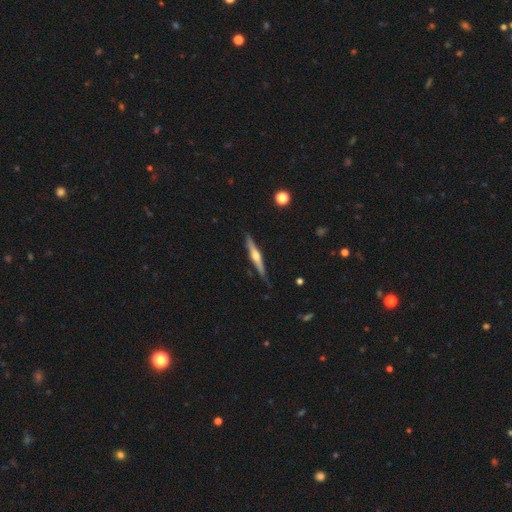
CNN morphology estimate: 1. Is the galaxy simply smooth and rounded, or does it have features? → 70% featured or disk, 25% smooth, 5% star or artifact.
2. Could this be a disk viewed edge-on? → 97% yes, 3% no.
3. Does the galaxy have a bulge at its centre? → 90% rounded, 5% none, 4% boxy.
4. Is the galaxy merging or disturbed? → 84% none, 12% minor disturbance, 2% major disturbance, 1% merger.